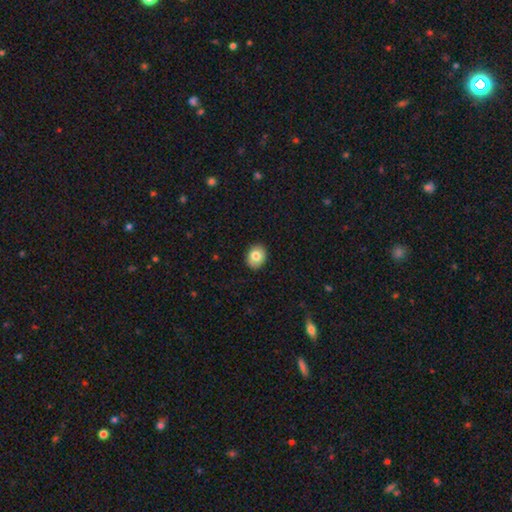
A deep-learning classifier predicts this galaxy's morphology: The model was most divided on "how rounded": round: 53%, in between: 46%, cigar-shaped: 1%. More confident: merging — none (89%); smooth or featured — smooth (78%).